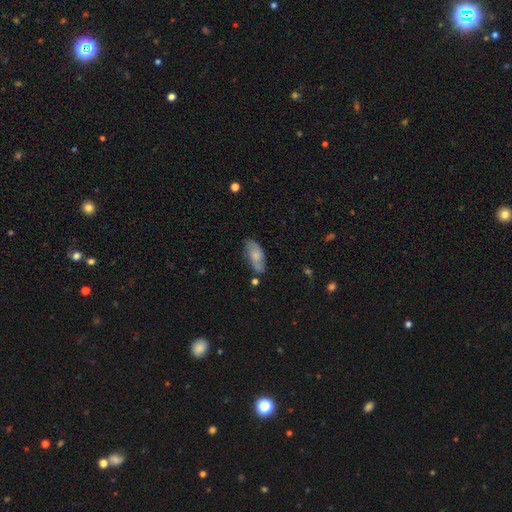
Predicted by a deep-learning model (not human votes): Smooth or featured: smooth — 68% (featured or disk — 25%)
How rounded: in between — 84% (cigar-shaped — 14%)
Merging: none — 69% (minor disturbance — 22%)